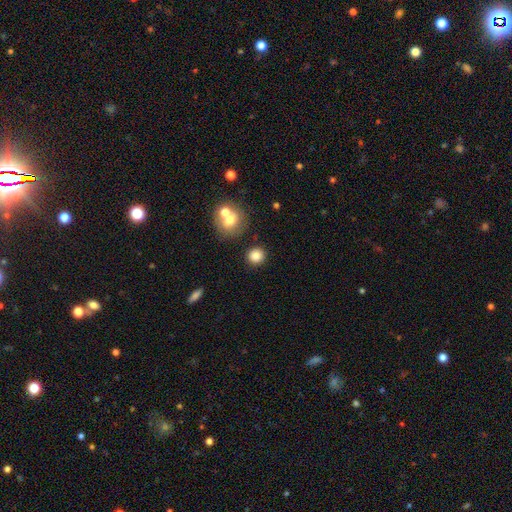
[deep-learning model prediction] A smooth galaxy with no disk features (83%) that is round (90%).

Vote fractions:
- Smooth or featured? smooth: 83% / star or artifact: 11% / featured or disk: 6%
- How rounded? round: 90% / in between: 9% / cigar-shaped: 1%
- Merging? none: 83% / minor disturbance: 8% / merger: 6% / major disturbance: 3%